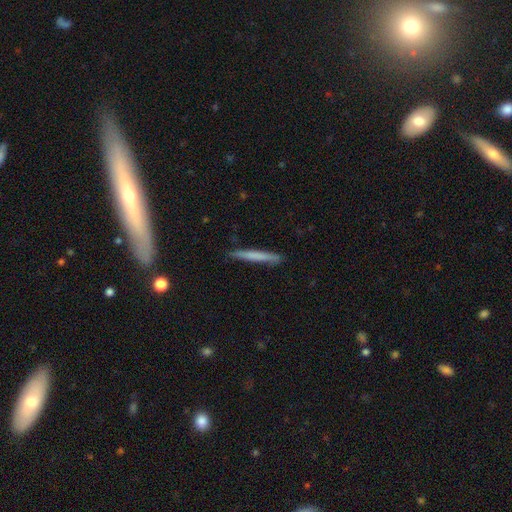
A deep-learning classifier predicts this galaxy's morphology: Smooth or featured: smooth — 62% (featured or disk — 32%)
How rounded: cigar-shaped — 97% (in between — 2%)
Merging: none — 89% (minor disturbance — 8%)